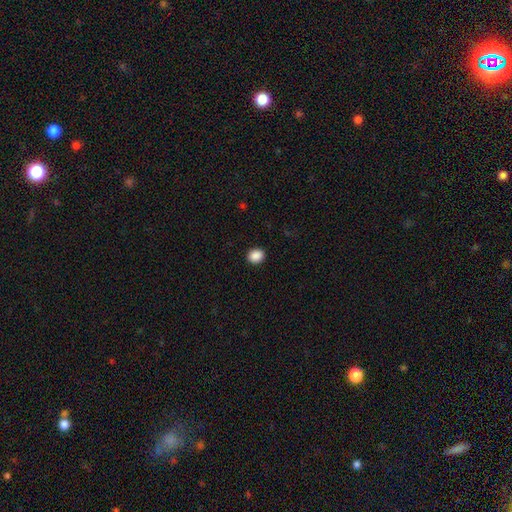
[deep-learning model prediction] smooth 89%, star or artifact 9%, featured or disk 2%. Down the decision tree: how rounded — round (60%); merging — none (91%).